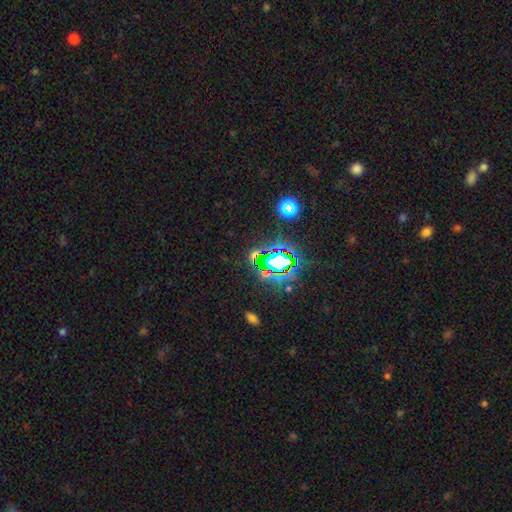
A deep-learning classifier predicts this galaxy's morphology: This is likely a star or artifact rather than a galaxy (74%).